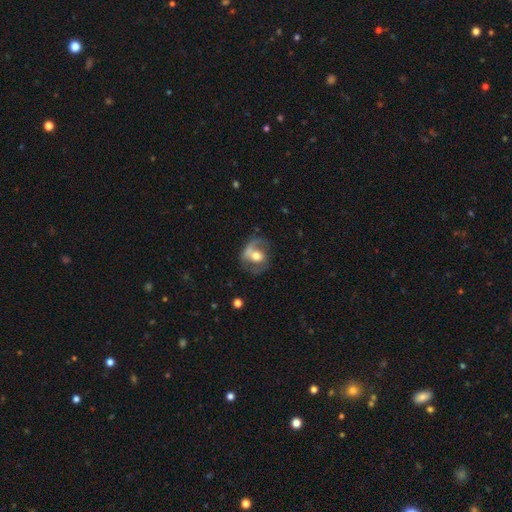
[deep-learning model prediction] Smooth or featured? Predicted: featured or disk (p=0.57). Edge-on disk? Predicted: no (p=0.96). Bar? Predicted: no (p=0.56). Spiral arms? Predicted: yes (p=0.64). Bulge size? Predicted: moderate (p=0.65). Merging? Predicted: none (p=0.48).